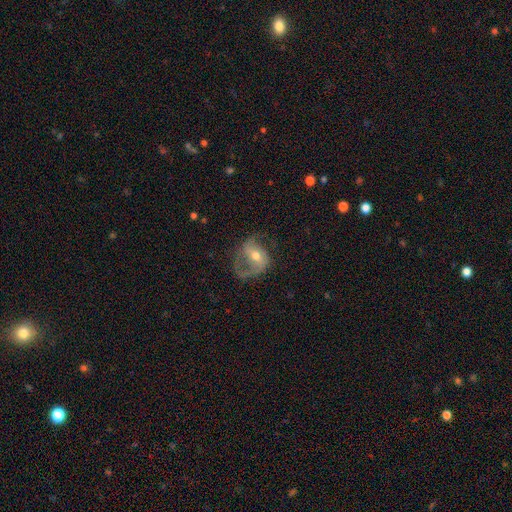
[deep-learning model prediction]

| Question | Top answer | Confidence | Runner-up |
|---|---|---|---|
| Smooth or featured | featured or disk | 77% | smooth (15%) |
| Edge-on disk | no | 97% | yes (3%) |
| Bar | weak | 43% | no (31%) |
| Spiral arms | yes | 91% | no (9%) |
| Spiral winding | medium | 44% | loose (43%) |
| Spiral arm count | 2 | 75% | 1 (16%) |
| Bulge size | moderate | 60% | small (34%) |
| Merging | none | 55% | major disturbance (22%) |